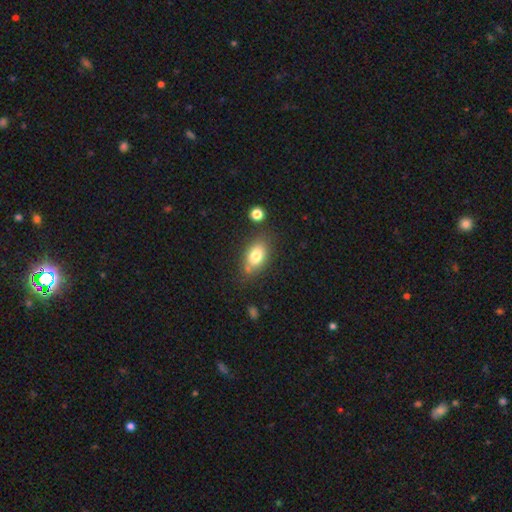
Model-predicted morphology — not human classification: Smooth or featured?
  - smooth: 77% *
  - featured or disk: 14%
  - star or artifact: 8%
How rounded?
  - in between: 86% *
  - round: 10%
  - cigar-shaped: 4%
Merging?
  - none: 70% *
  - minor disturbance: 17%
  - merger: 8%
  - major disturbance: 5%